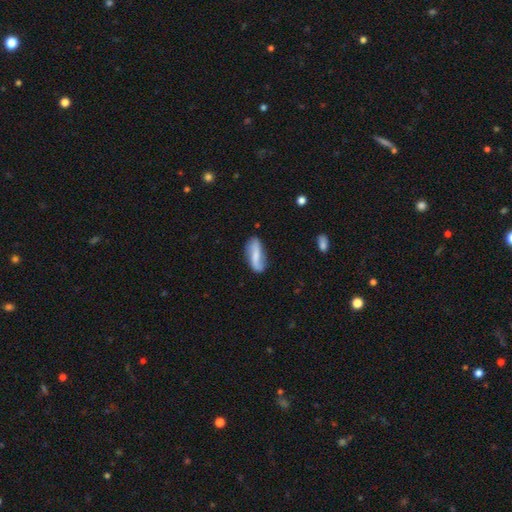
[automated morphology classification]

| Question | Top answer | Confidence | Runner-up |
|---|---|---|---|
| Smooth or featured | smooth | 52% | featured or disk (42%) |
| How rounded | in between | 65% | cigar-shaped (32%) |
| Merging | none | 63% | minor disturbance (26%) |